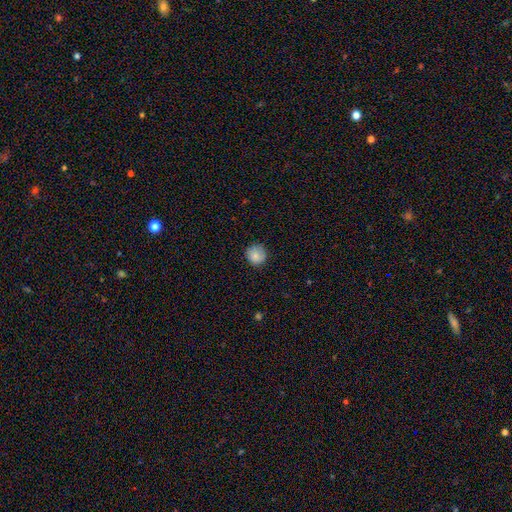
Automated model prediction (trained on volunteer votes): Smooth or featured?
  - smooth: 84% *
  - star or artifact: 9%
  - featured or disk: 7%
How rounded?
  - round: 91% *
  - in between: 8%
  - cigar-shaped: 1%
Merging?
  - none: 83% *
  - minor disturbance: 14%
  - major disturbance: 3%
  - merger: 1%